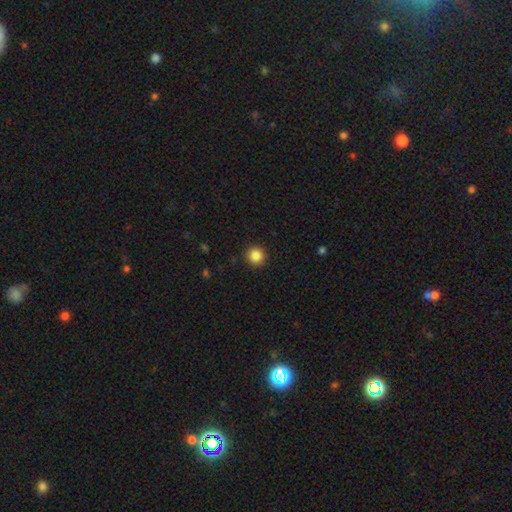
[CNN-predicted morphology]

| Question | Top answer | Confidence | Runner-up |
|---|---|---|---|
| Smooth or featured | smooth | 86% | star or artifact (10%) |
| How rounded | round | 95% | in between (4%) |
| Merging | none | 92% | minor disturbance (5%) |